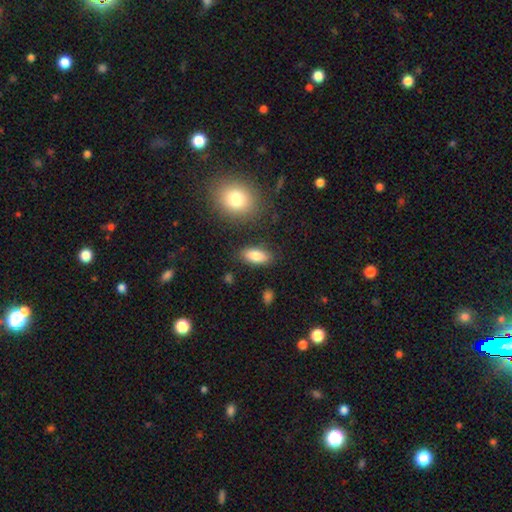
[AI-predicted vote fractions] Smooth or featured?
  - smooth: 85% *
  - featured or disk: 8%
  - star or artifact: 7%
How rounded?
  - in between: 88% *
  - cigar-shaped: 8%
  - round: 3%
Merging?
  - none: 84% *
  - minor disturbance: 11%
  - major disturbance: 3%
  - merger: 3%